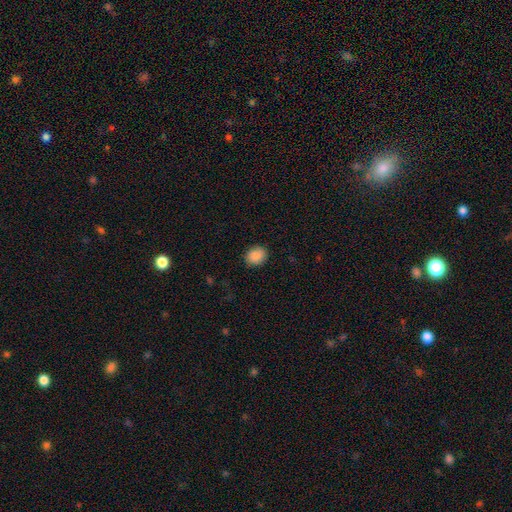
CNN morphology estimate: The model was most divided on "how rounded": round: 65%, in between: 34%, cigar-shaped: 1%. More confident: smooth or featured — smooth (88%); merging — none (88%).